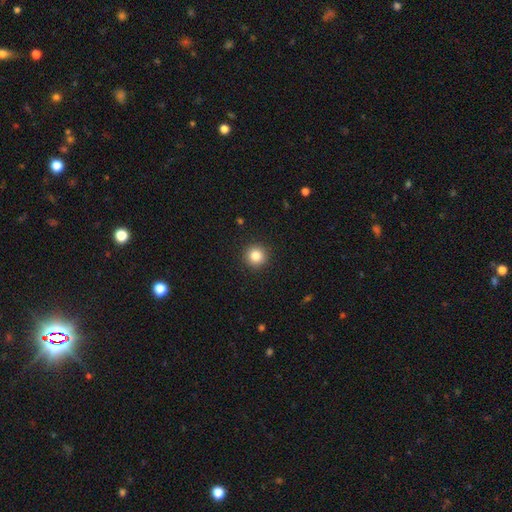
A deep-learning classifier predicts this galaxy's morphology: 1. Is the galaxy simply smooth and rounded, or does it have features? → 84% smooth, 10% star or artifact, 6% featured or disk.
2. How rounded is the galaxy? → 95% round, 4% in between, 1% cigar-shaped.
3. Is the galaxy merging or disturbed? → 92% none, 5% minor disturbance, 2% major disturbance, 1% merger.